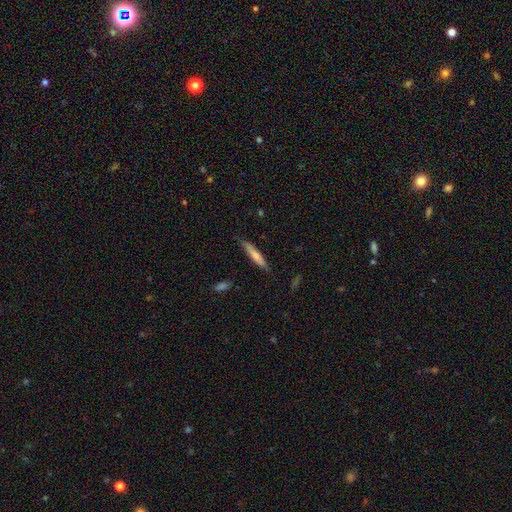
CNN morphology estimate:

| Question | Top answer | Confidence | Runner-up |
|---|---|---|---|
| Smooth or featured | smooth | 67% | featured or disk (27%) |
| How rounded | cigar-shaped | 91% | in between (8%) |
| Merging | none | 78% | minor disturbance (18%) |